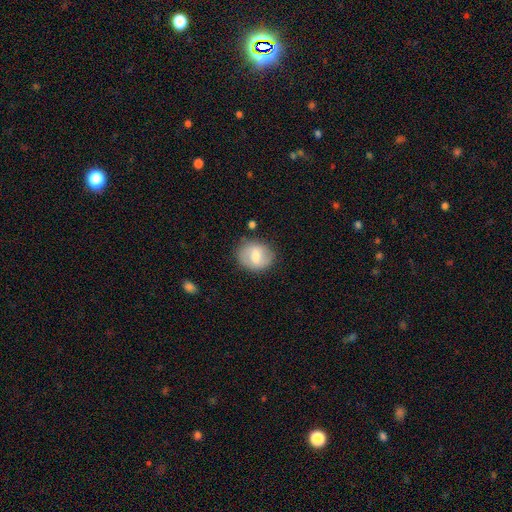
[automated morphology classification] Smooth or featured: smooth — 61% (featured or disk — 32%)
How rounded: round — 63% (in between — 36%)
Merging: none — 79% (minor disturbance — 14%)